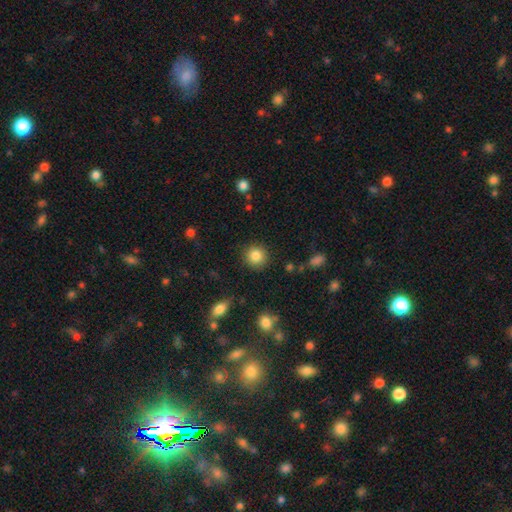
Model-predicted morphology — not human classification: Smooth or featured? Predicted: smooth (p=0.86). How rounded? Predicted: round (p=0.92). Merging? Predicted: none (p=0.89).